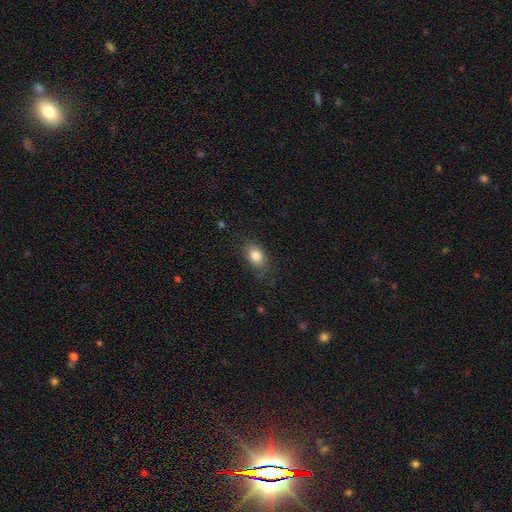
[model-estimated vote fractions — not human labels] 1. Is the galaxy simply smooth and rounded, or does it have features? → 82% smooth, 9% featured or disk, 9% star or artifact.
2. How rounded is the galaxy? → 83% in between, 15% round, 2% cigar-shaped.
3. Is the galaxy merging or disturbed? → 76% none, 18% minor disturbance, 5% major disturbance, 1% merger.